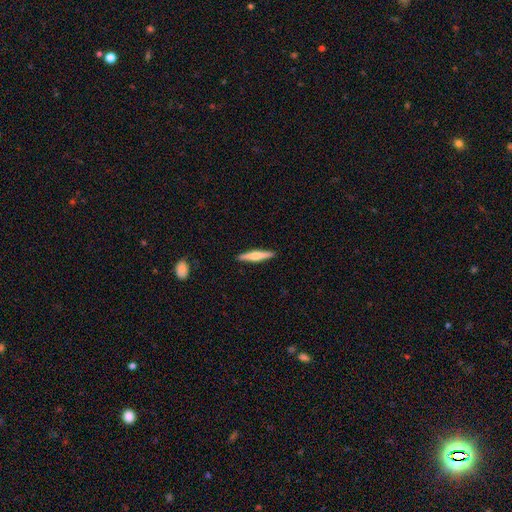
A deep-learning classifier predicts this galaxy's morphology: A smooth galaxy with no disk features (47%, tied with featured or disk).

Vote fractions:
- Smooth or featured? smooth: 47% (tied) / featured or disk: 47% (tied) / star or artifact: 5%
- Merging? none: 91% / minor disturbance: 6% / major disturbance: 1% / merger: 1%